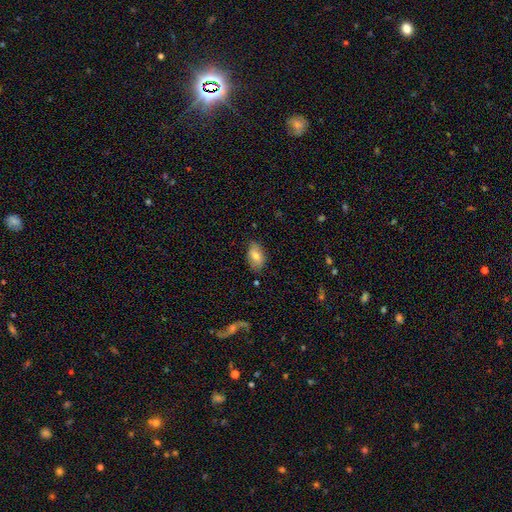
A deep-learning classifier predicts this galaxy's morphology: type=smooth (72%); roundness=in between (90%); merging=none (78%).